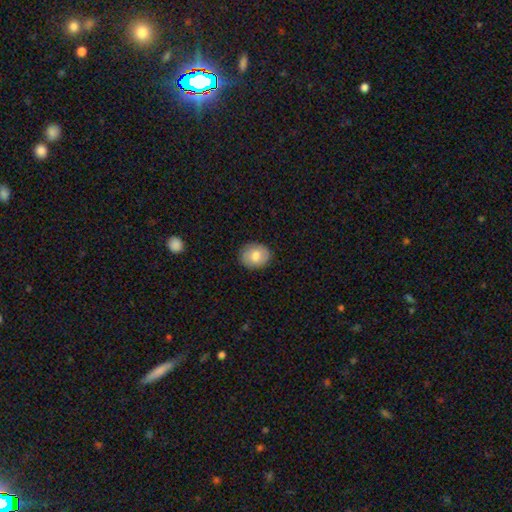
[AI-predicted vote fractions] A smooth galaxy with no disk features (77%) that is round (60%). Merging: none (88%).